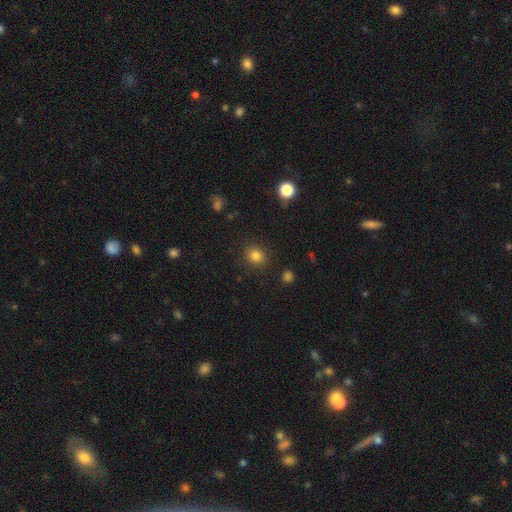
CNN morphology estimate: Q: Smooth or featured?
A: smooth (82%); runner-up: star or artifact (12%)
Q: How rounded?
A: round (73%); runner-up: in between (26%)
Q: Merging?
A: none (87%); runner-up: minor disturbance (8%)